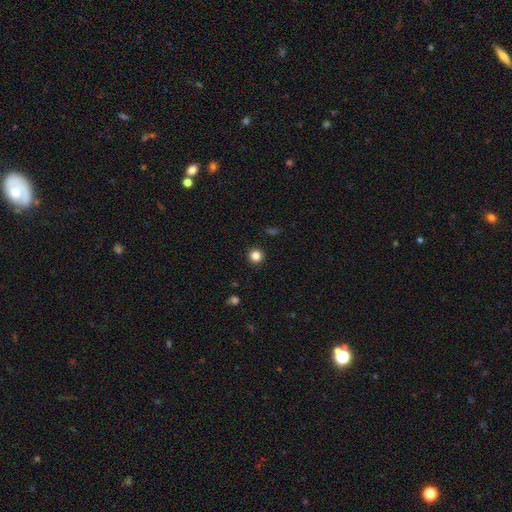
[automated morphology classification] Q: Smooth or featured?
A: smooth (85%); runner-up: star or artifact (11%)
Q: How rounded?
A: round (95%); runner-up: in between (4%)
Q: Merging?
A: none (92%); runner-up: minor disturbance (5%)